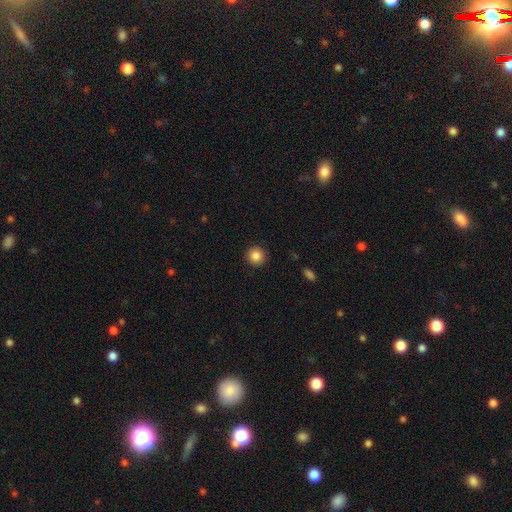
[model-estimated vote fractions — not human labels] Q: Smooth or featured?
A: smooth (86%); runner-up: star or artifact (10%)
Q: How rounded?
A: round (95%); runner-up: in between (4%)
Q: Merging?
A: none (92%); runner-up: minor disturbance (5%)